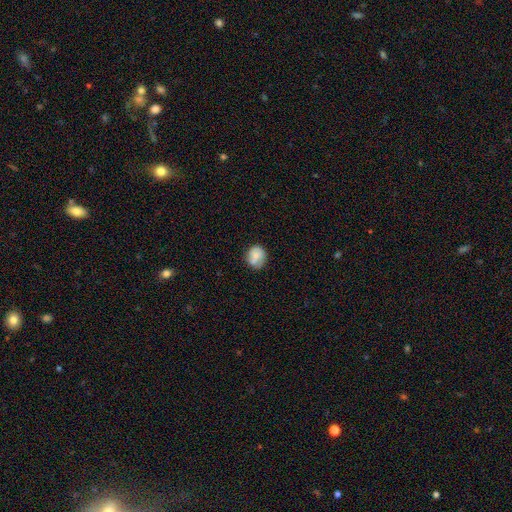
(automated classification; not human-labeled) Morphology: type=smooth (72%); roundness=round (69%); merging=none (60%).